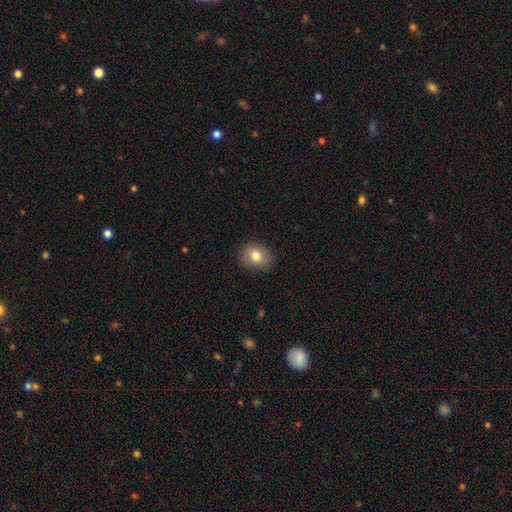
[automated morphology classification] Q: Smooth or featured?
A: smooth (81%); runner-up: featured or disk (10%)
Q: How rounded?
A: round (52%); runner-up: in between (47%)
Q: Merging?
A: none (86%); runner-up: minor disturbance (11%)